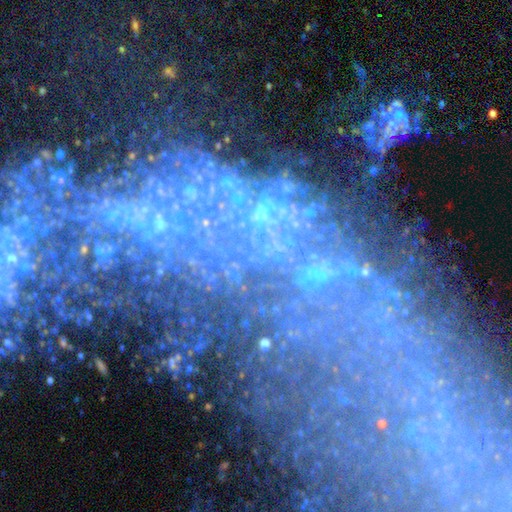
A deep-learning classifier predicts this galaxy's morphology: This appears to be a star or artifact, not a galaxy (57%).